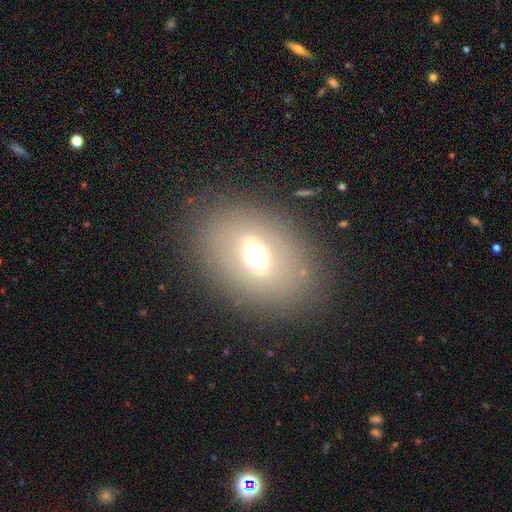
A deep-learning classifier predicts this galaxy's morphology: Q: Smooth or featured?
A: smooth (53%); runner-up: featured or disk (29%)
Q: How rounded?
A: in between (68%); runner-up: round (30%)
Q: Merging?
A: none (82%); runner-up: minor disturbance (10%)